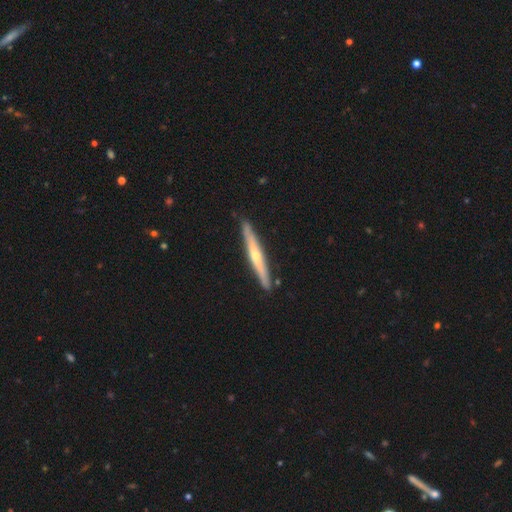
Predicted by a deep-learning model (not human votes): Smooth or featured?
  - featured or disk: 74% *
  - smooth: 21%
  - star or artifact: 5%
Edge-on disk?
  - yes: 97% *
  - no: 3%
Edge-on bulge?
  - rounded: 80% *
  - none: 16%
  - boxy: 4%
Merging?
  - none: 89% *
  - minor disturbance: 8%
  - major disturbance: 1%
  - merger: 1%